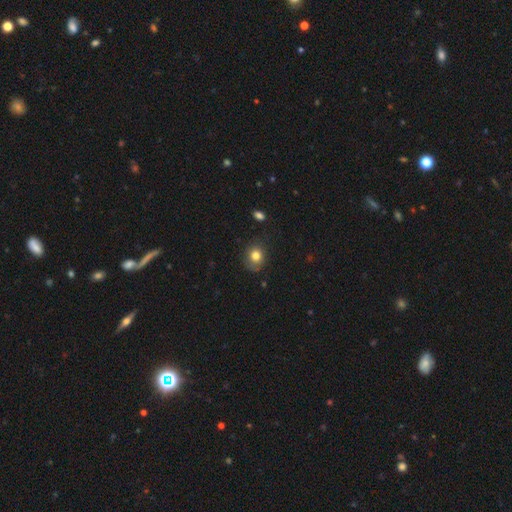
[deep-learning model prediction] Smooth or featured: smooth — 79% (star or artifact — 11%)
How rounded: round — 66% (in between — 33%)
Merging: none — 73% (minor disturbance — 20%)